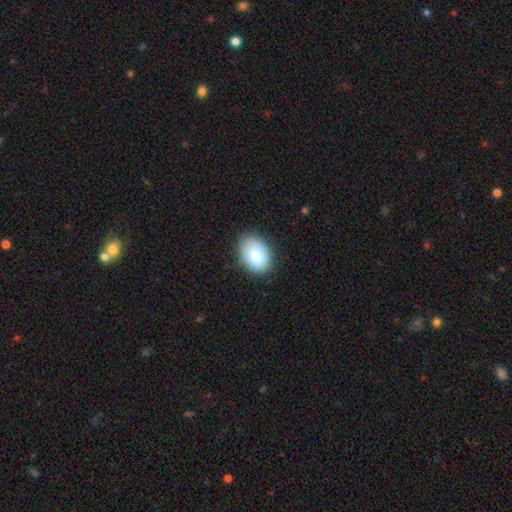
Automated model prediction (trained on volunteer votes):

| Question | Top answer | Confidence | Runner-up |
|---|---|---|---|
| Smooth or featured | smooth | 81% | featured or disk (11%) |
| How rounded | in between | 75% | round (24%) |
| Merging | none | 85% | minor disturbance (11%) |